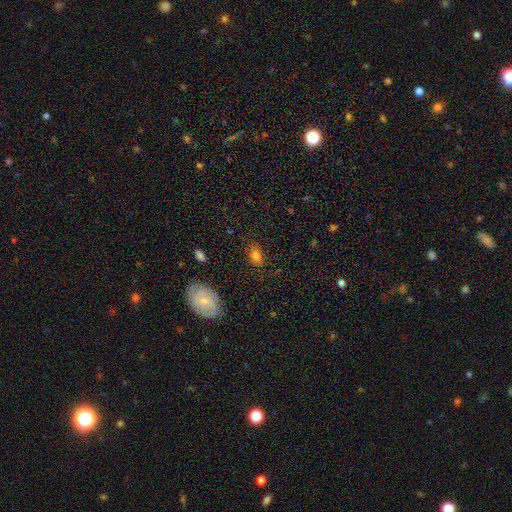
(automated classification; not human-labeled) A smooth galaxy with no disk features (76%) that is in between round and cigar-shaped (81%). Merging: none (82%).